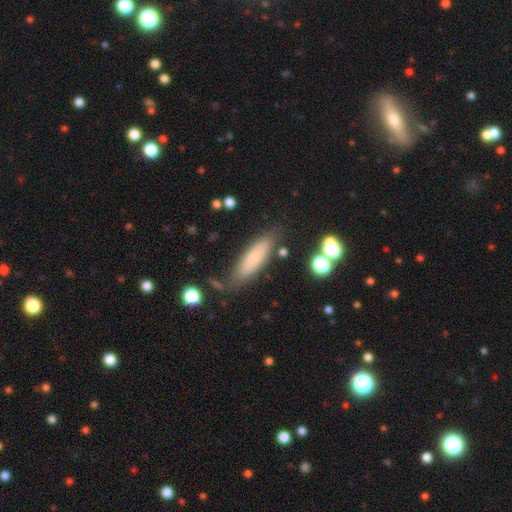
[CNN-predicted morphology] Smooth or featured: smooth — 73% (featured or disk — 19%)
How rounded: cigar-shaped — 58% (in between — 40%)
Merging: none — 71% (minor disturbance — 18%)